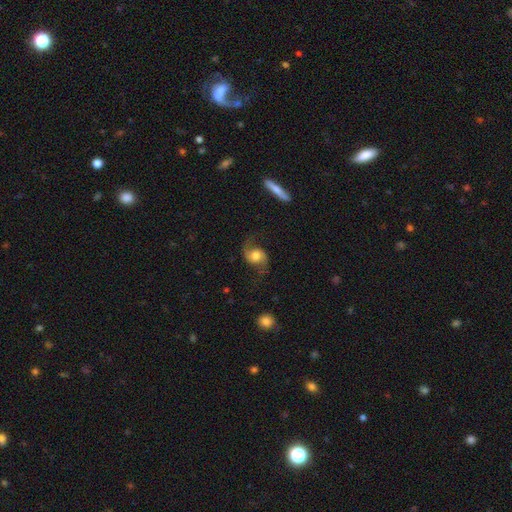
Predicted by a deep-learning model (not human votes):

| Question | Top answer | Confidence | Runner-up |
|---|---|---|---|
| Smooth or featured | featured or disk | 75% | smooth (18%) |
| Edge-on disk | no | 96% | yes (4%) |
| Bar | no | 67% | weak (26%) |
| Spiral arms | yes | 94% | no (6%) |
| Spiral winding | loose | 67% | medium (27%) |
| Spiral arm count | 2 | 93% | can't tell (2%) |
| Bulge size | moderate | 60% | large (25%) |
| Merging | none | 71% | minor disturbance (17%) |